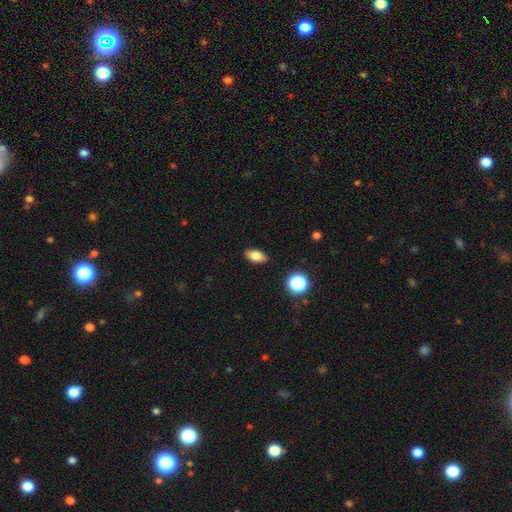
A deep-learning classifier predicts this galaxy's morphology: type=smooth (79%); roundness=in between (86%); merging=none (89%).